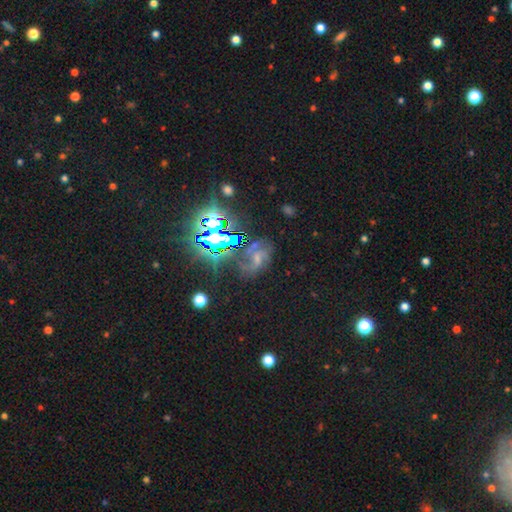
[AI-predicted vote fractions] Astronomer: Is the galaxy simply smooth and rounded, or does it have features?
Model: featured or disk — 51% (runner-up: star or artifact, 30%).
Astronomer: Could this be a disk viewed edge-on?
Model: no — 96%.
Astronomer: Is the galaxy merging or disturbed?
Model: none — 49%.